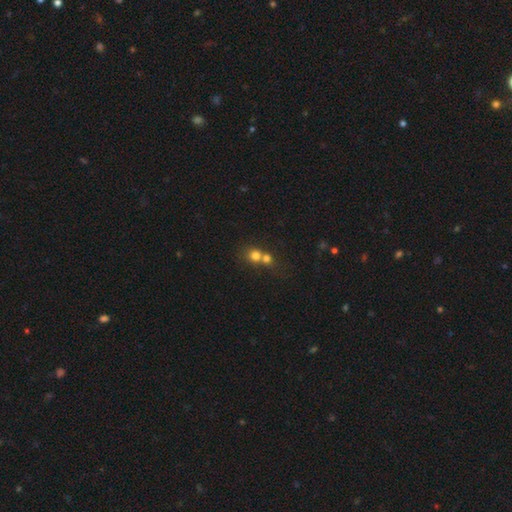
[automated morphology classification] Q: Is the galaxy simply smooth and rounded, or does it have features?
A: smooth — 73%.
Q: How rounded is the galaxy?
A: round — 83%.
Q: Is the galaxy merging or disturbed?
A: merger — 61%.